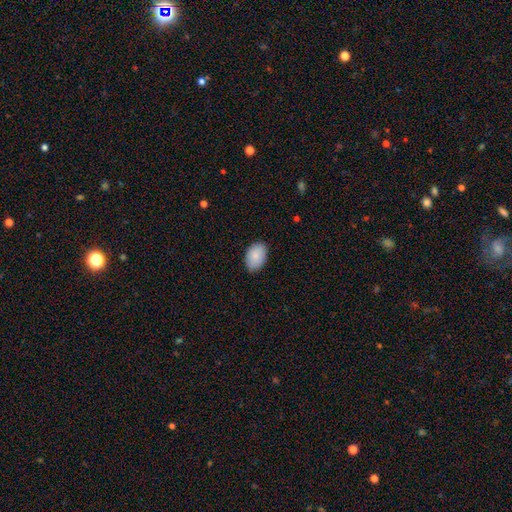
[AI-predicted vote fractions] A smooth galaxy with no disk features (87%) that is in between round and cigar-shaped (89%).

Vote fractions:
- Smooth or featured? smooth: 87% / star or artifact: 7% / featured or disk: 6%
- How rounded? in between: 89% / round: 10% / cigar-shaped: 1%
- Merging? none: 83% / minor disturbance: 14% / major disturbance: 2% / merger: 1%